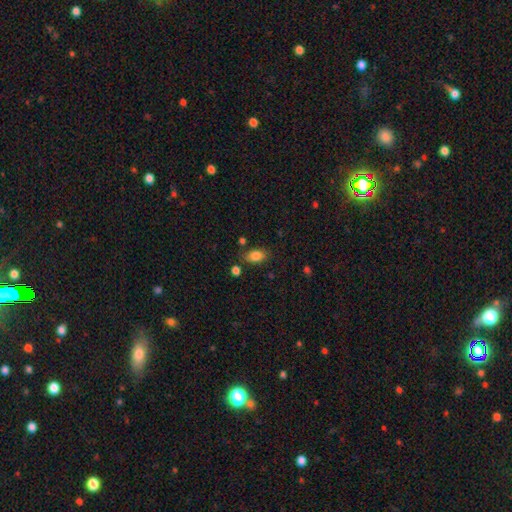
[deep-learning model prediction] Smooth or featured: smooth — 84% (star or artifact — 9%)
How rounded: in between — 88% (round — 10%)
Merging: none — 77% (minor disturbance — 14%)